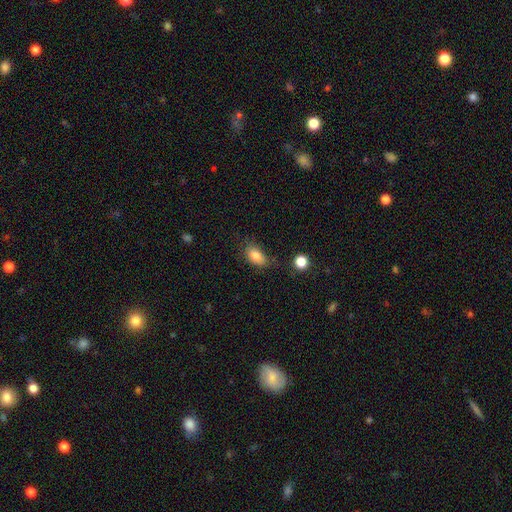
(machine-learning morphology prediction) smooth 83%, star or artifact 9%, featured or disk 8%. Down the decision tree: how rounded — in between (88%); merging — none (69%).